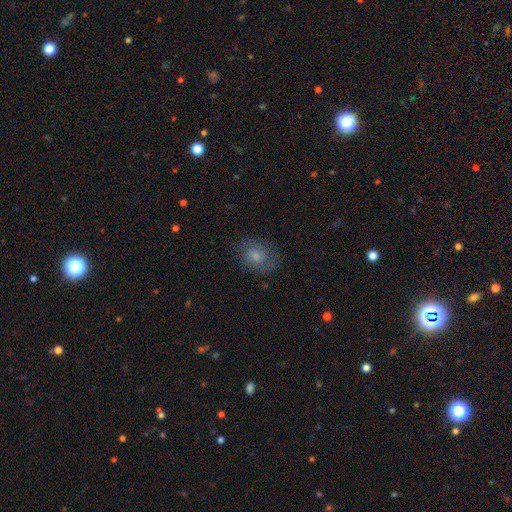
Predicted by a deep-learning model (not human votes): Overall: smooth (44%; featured or disk 39%). Merging: none (77%).